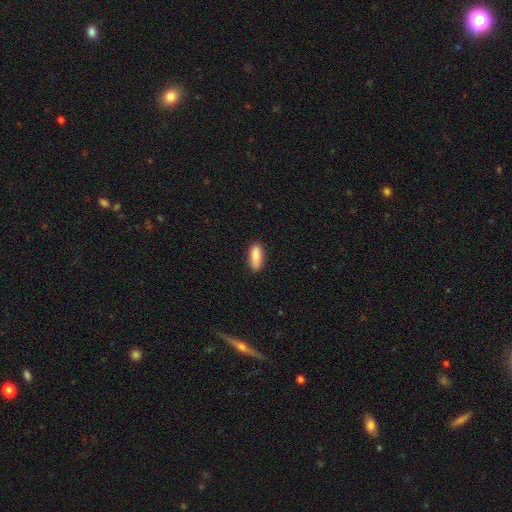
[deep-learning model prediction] Smooth or featured: smooth — 87% (featured or disk — 7%)
How rounded: in between — 74% (cigar-shaped — 24%)
Merging: none — 88% (minor disturbance — 9%)